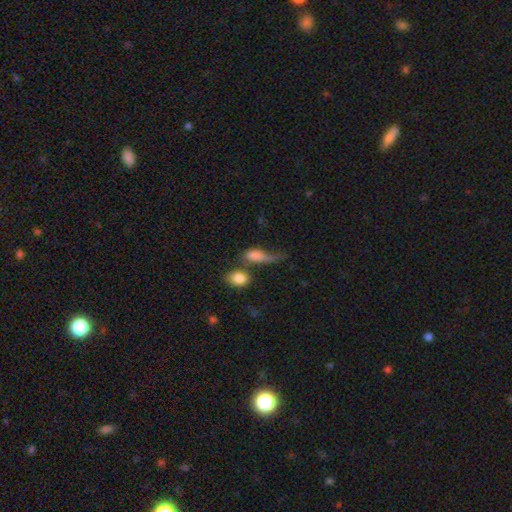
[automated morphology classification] Smooth or featured: smooth — 73% (featured or disk — 17%)
How rounded: in between — 74% (cigar-shaped — 13%)
Merging: merger — 30% (major disturbance — 29%)